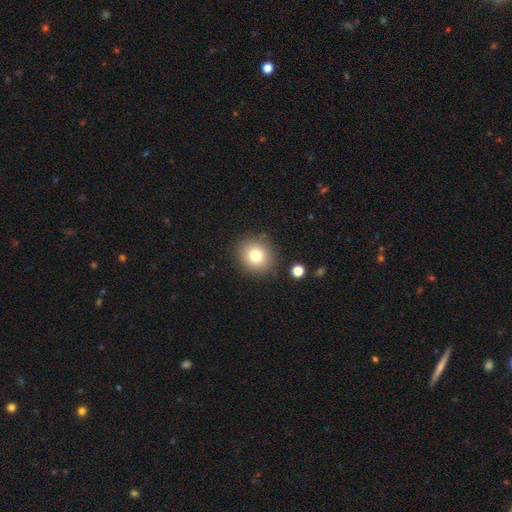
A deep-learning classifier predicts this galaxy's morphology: Smooth or featured? smooth (78%)
How rounded? round (81%)
Merging? none (86%)